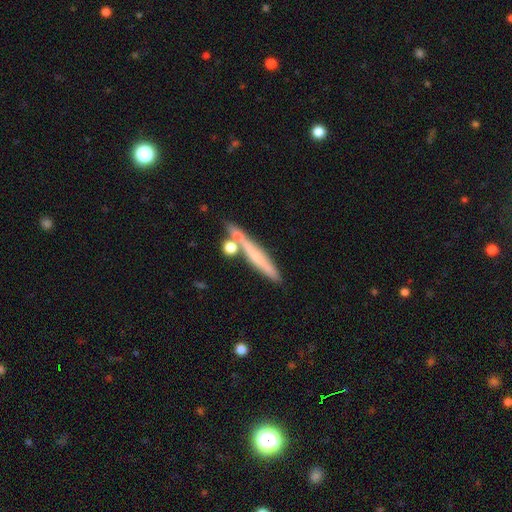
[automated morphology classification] Overall: smooth (52%; featured or disk 39%). How rounded: cigar-shaped (91%). Merging: none (71%).